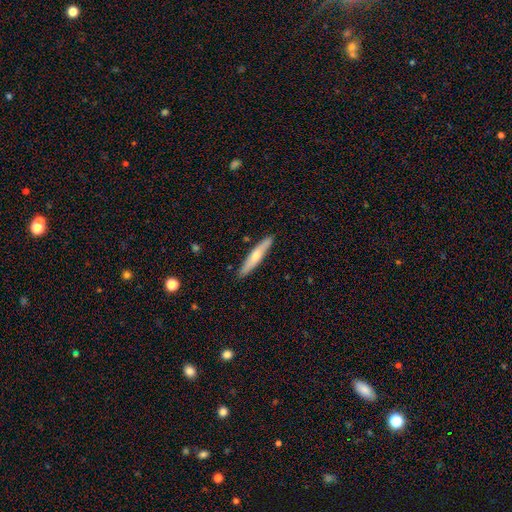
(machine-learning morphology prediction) featured or disk 50%, smooth 44%, star or artifact 6%. Down the decision tree: merging — none (90%).